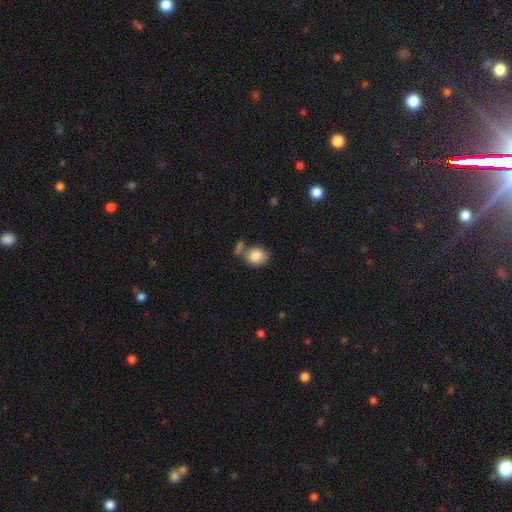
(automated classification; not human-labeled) Morphology: type=smooth (86%); roundness=round (56%); merging=none (57%).